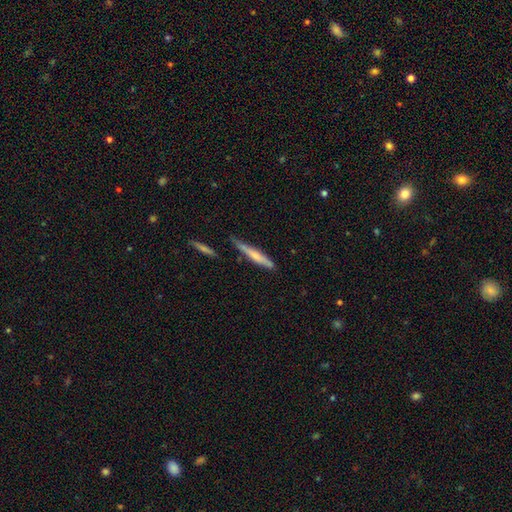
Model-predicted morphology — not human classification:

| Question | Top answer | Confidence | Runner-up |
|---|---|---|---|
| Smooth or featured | smooth | 56% | featured or disk (38%) |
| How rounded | cigar-shaped | 93% | in between (6%) |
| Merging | none | 63% | minor disturbance (24%) |